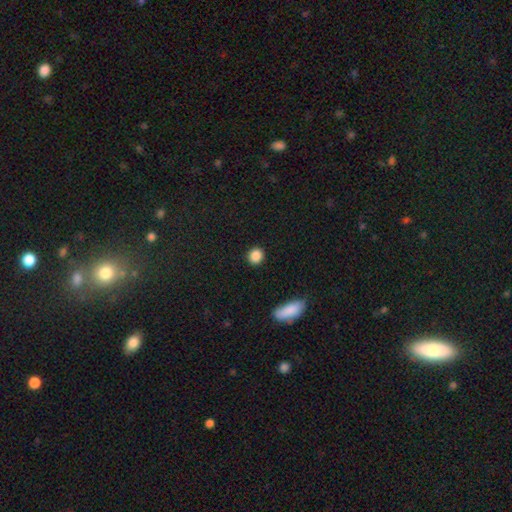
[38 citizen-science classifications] Smooth or featured?
  - smooth: 89% *
  - star or artifact: 8%
  - featured or disk: 3%
How rounded?
  - round: 91% *
  - in between: 9%
  - cigar-shaped: 0%
Merging?
  - none: 89% *
  - minor disturbance: 6%
  - major disturbance: 6%
  - merger: 0%